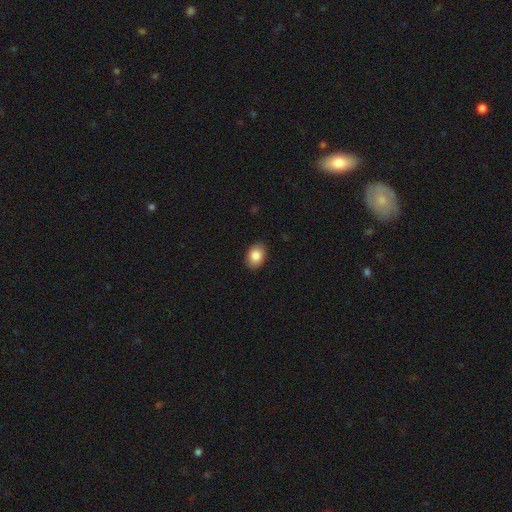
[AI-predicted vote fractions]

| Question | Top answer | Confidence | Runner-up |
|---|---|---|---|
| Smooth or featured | smooth | 86% | star or artifact (7%) |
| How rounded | in between | 77% | round (22%) |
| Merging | none | 89% | minor disturbance (9%) |